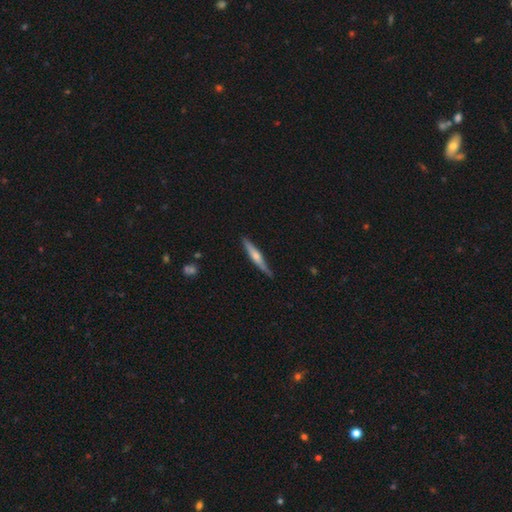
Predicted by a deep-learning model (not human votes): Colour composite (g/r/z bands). It shows a featured or disk galaxy (53%) viewed edge-on (94%). Merging: none (79%).